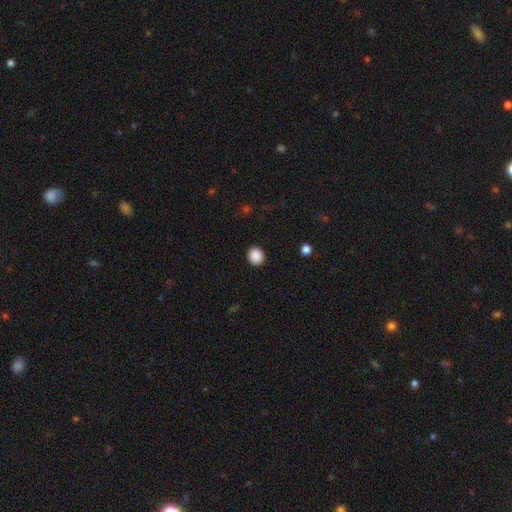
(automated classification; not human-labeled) Smooth or featured? Predicted: smooth (p=0.89). How rounded? Predicted: round (p=0.80). Merging? Predicted: none (p=0.92).